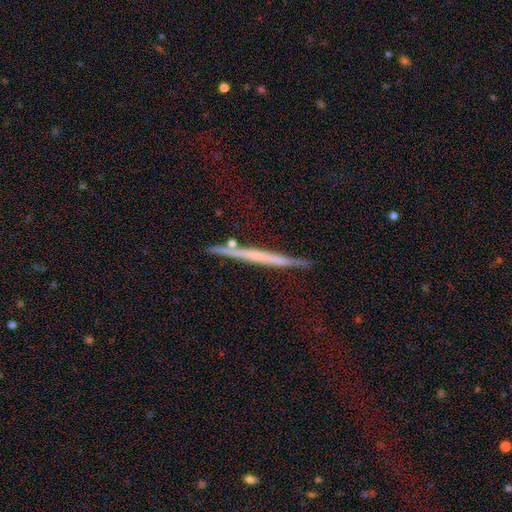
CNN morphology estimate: Q: Smooth or featured?
A: featured or disk (61%); runner-up: smooth (31%)
Q: Edge-on disk?
A: yes (97%); runner-up: no (3%)
Q: Edge-on bulge?
A: none (81%); runner-up: rounded (13%)
Q: Merging?
A: none (78%); runner-up: minor disturbance (14%)